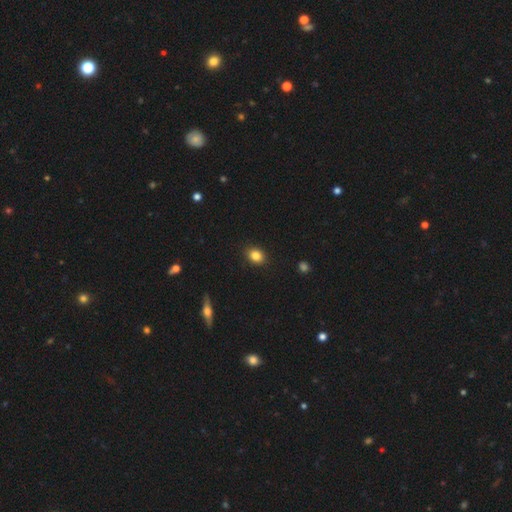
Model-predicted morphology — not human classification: Overall: smooth (84%). How rounded: in between (51%; round 47%). Merging: none (89%).